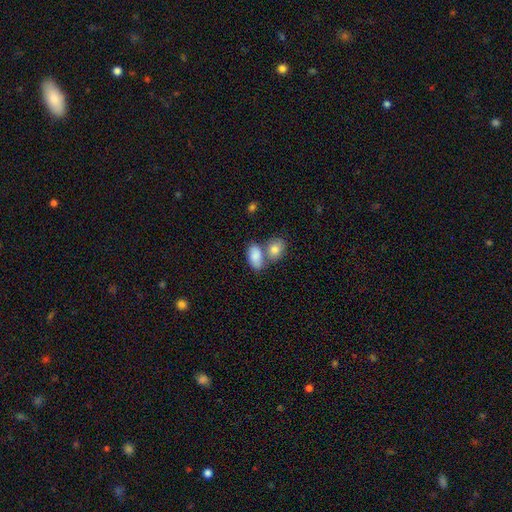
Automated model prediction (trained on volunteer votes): smooth 85%, featured or disk 9%, star or artifact 7%. Down the decision tree: how rounded — in between (90%); merging — merger (45%).